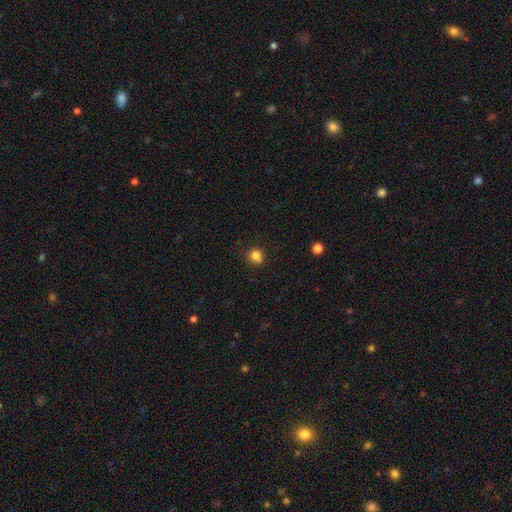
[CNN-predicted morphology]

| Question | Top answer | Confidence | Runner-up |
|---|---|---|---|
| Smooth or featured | smooth | 81% | star or artifact (13%) |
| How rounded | round | 85% | in between (14%) |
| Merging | none | 72% | minor disturbance (17%) |